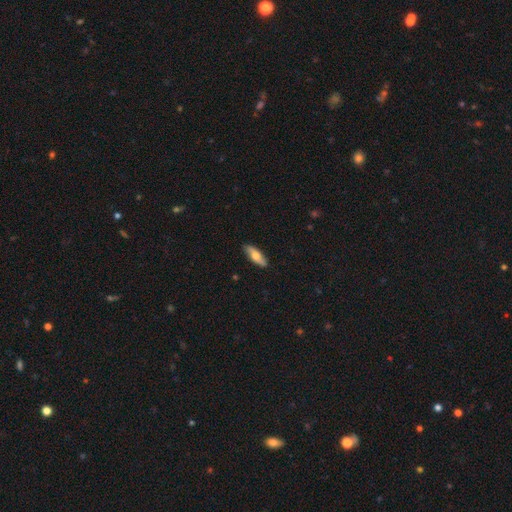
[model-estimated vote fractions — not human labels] This appears to be a smooth galaxy with no disk features (63%) that is in between round and cigar-shaped (57%). Merging: none (87%).